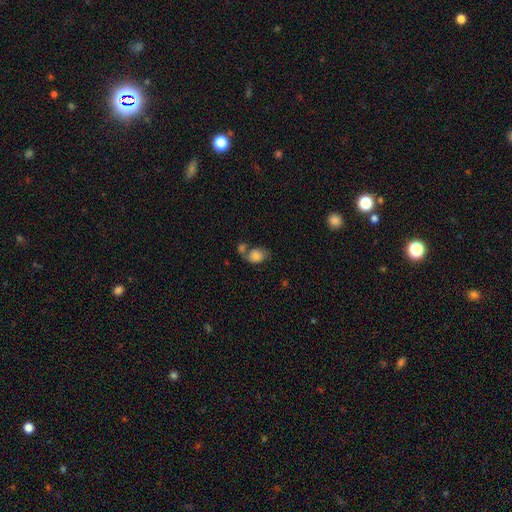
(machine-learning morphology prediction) Smooth or featured: smooth — 70% (featured or disk — 22%)
How rounded: in between — 67% (round — 32%)
Merging: merger — 41% (none — 29%)